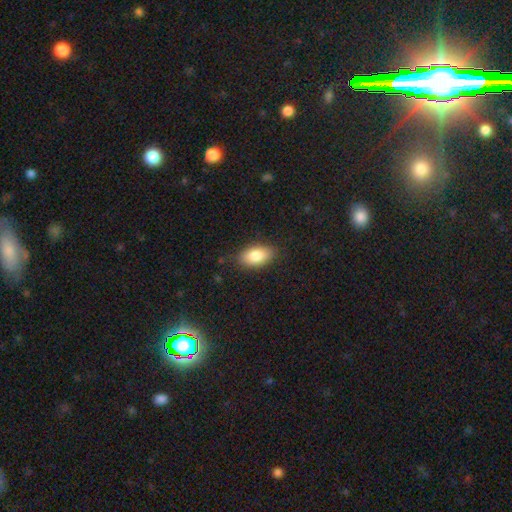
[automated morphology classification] A smooth galaxy with no disk features (84%) that is in between round and cigar-shaped (93%).

Vote fractions:
- Smooth or featured? smooth: 84% / featured or disk: 9% / star or artifact: 7%
- How rounded? in between: 93% / round: 5% / cigar-shaped: 3%
- Merging? none: 85% / minor disturbance: 11% / major disturbance: 3% / merger: 1%